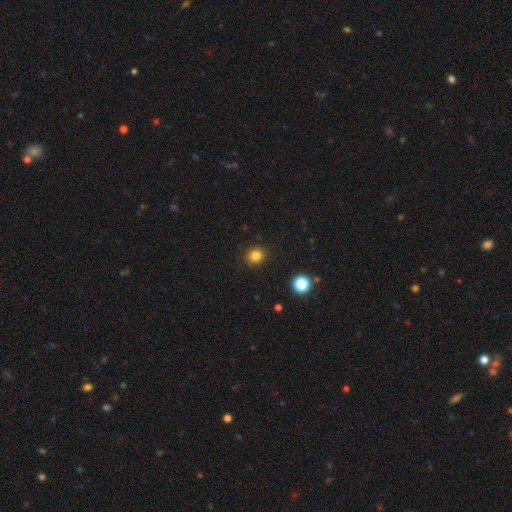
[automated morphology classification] type=smooth (83%); roundness=round (81%); merging=none (90%).